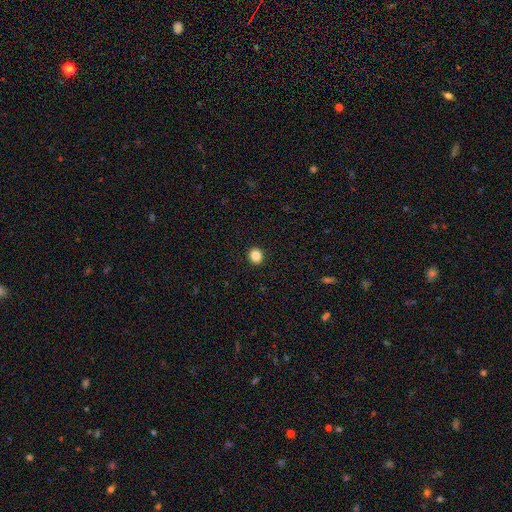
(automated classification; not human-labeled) Morphology: type=smooth (86%); roundness=round (74%); merging=none (92%).